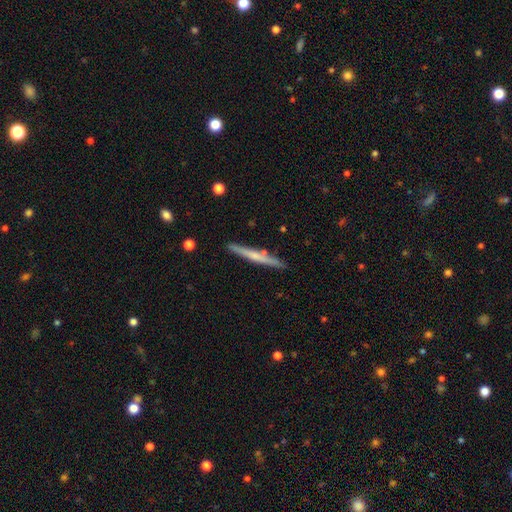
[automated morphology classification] This appears to be a featured or disk galaxy (49%). Merging: none (88%).